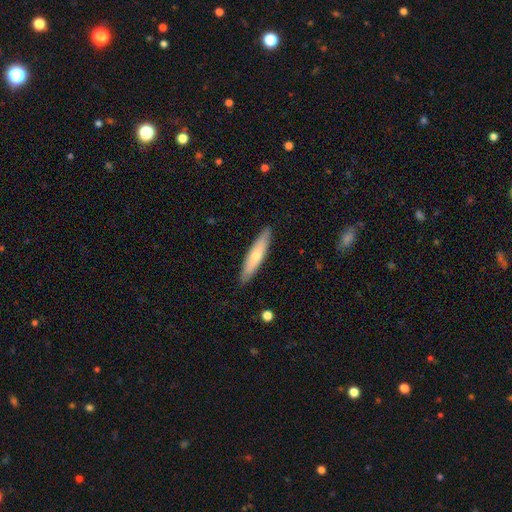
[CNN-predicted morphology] Smooth or featured? Predicted: smooth (p=0.58). How rounded? Predicted: cigar-shaped (p=0.83). Merging? Predicted: none (p=0.89).